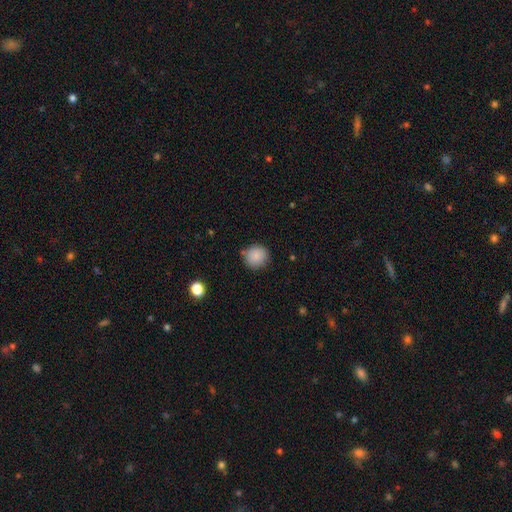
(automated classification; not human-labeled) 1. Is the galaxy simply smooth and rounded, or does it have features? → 87% smooth, 9% star or artifact, 4% featured or disk.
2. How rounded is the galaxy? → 88% round, 11% in between, 1% cigar-shaped.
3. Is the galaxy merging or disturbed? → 81% none, 13% minor disturbance, 3% major disturbance, 3% merger.